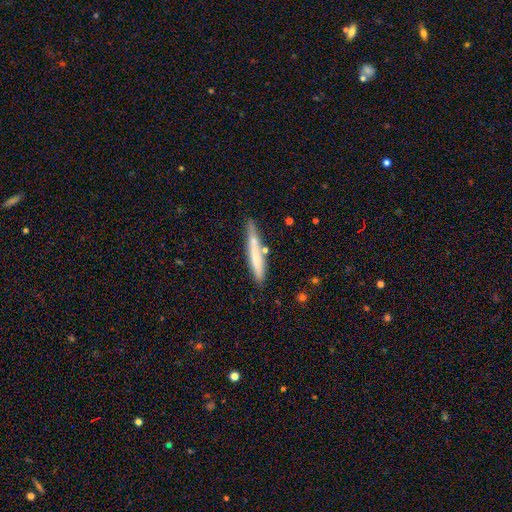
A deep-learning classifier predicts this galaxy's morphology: Smooth or featured: smooth — 61% (featured or disk — 32%)
How rounded: cigar-shaped — 94% (in between — 5%)
Merging: none — 75% (minor disturbance — 15%)